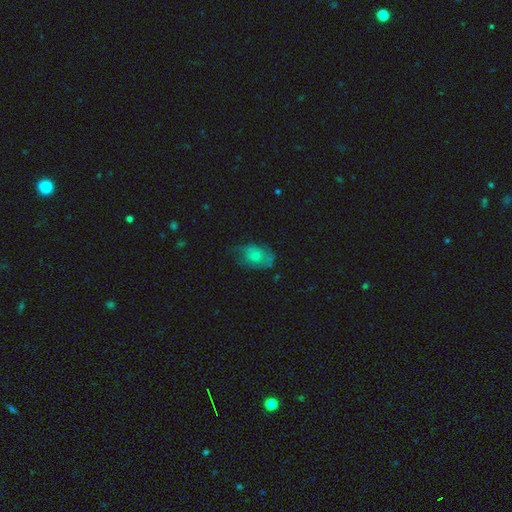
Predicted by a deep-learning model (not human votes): Overall: smooth (56%; featured or disk 36%). How rounded: in between (78%). Merging: none (45%; minor disturbance 32%).